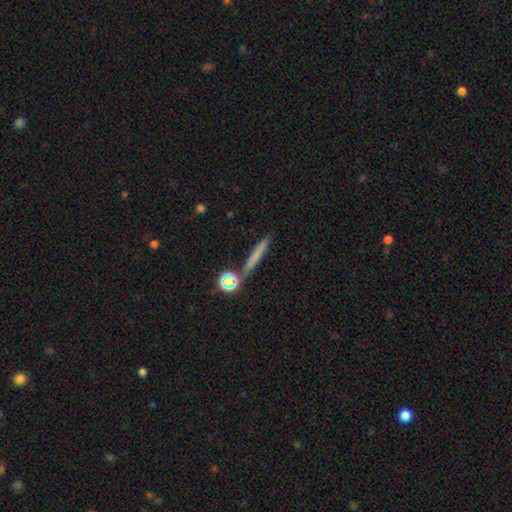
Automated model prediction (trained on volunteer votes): Smooth or featured?
  - smooth: 60% *
  - featured or disk: 25%
  - star or artifact: 15%
How rounded?
  - cigar-shaped: 84% *
  - round: 9%
  - in between: 7%
Merging?
  - none: 78% *
  - minor disturbance: 11%
  - merger: 7%
  - major disturbance: 4%